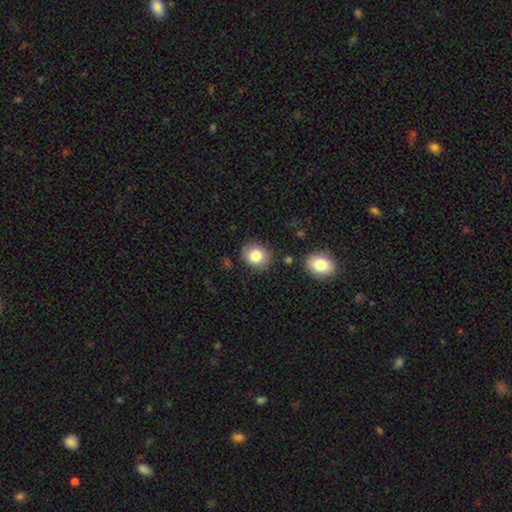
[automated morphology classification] This appears to be a smooth galaxy with no disk features (83%) that is round (73%). Merging: none (85%).